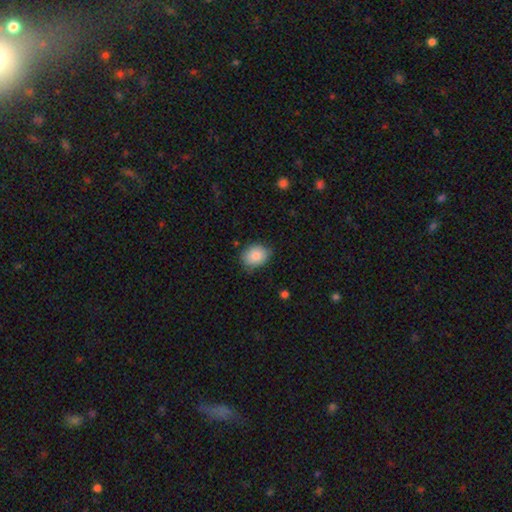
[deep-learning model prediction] A smooth galaxy with no disk features (85%) that is round (51%).

Vote fractions:
- Smooth or featured? smooth: 85% / star or artifact: 8% / featured or disk: 7%
- How rounded? round: 51% / in between: 48% / cigar-shaped: 1%
- Merging? none: 76% / minor disturbance: 20% / major disturbance: 3% / merger: 1%